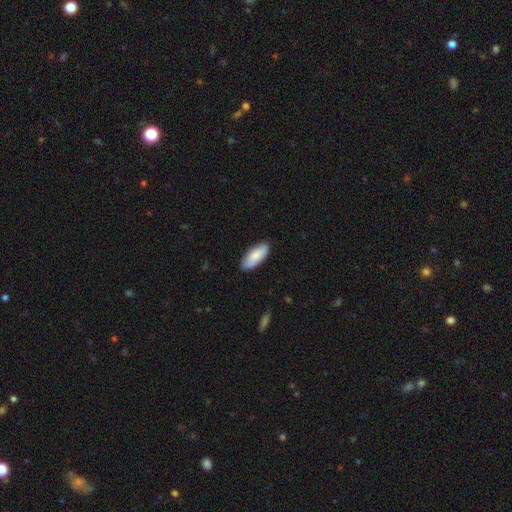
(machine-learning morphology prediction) smooth_or_featured: smooth (p=0.85) [alt: featured or disk p=0.10]
how_rounded: in between (p=0.85) [alt: cigar-shaped p=0.14]
merging: none (p=0.87) [alt: minor disturbance p=0.10]